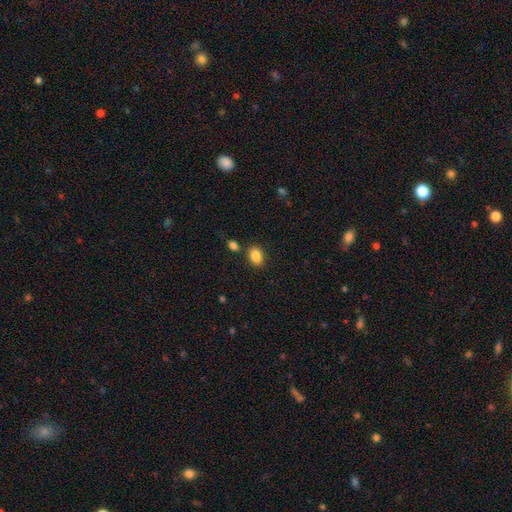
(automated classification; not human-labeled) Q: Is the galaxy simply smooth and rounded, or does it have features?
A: smooth — 86%.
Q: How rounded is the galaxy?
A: in between — 77%.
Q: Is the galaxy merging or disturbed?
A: none — 79%.